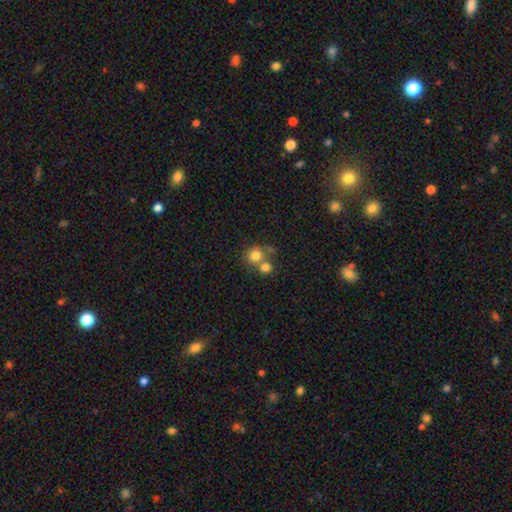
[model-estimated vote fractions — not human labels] Smooth or featured? smooth (78%)
How rounded? round (88%)
Merging? none (45%)